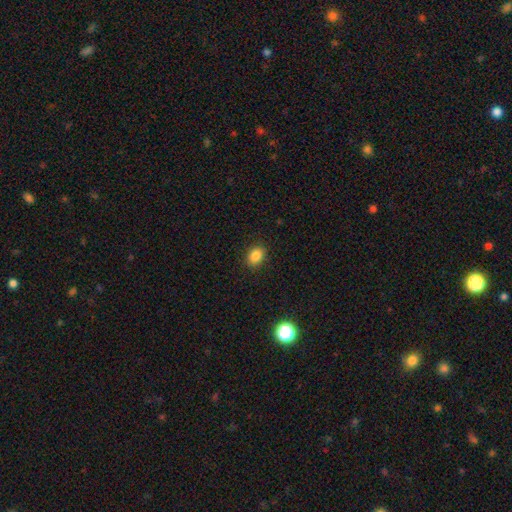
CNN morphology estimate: Smooth or featured: smooth — 85% (star or artifact — 11%)
How rounded: in between — 62% (round — 37%)
Merging: none — 89% (minor disturbance — 8%)